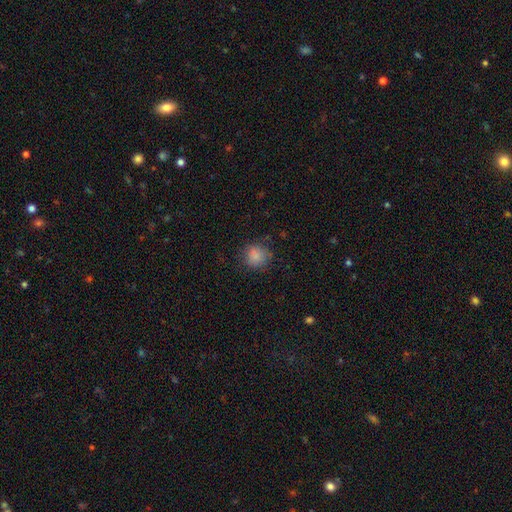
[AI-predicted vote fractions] smooth-or-featured: smooth: 85% | star or artifact: 10% | featured or disk: 5%
  how-rounded: round: 86% | in between: 13% | cigar-shaped: 1%
  merging: none: 78% | minor disturbance: 15% | major disturbance: 5% | merger: 1%